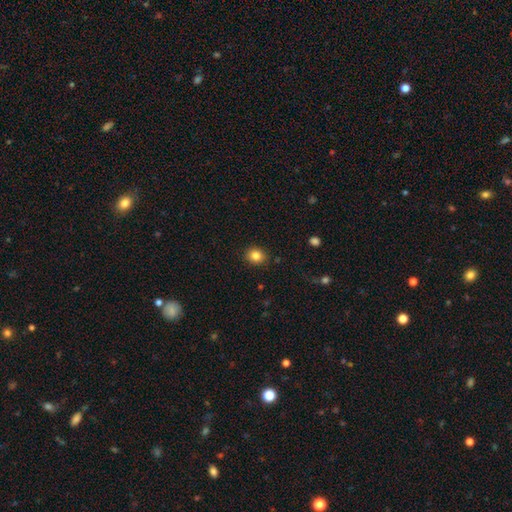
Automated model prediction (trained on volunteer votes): Morphology: type=smooth (84%); roundness=round (70%); merging=none (90%).